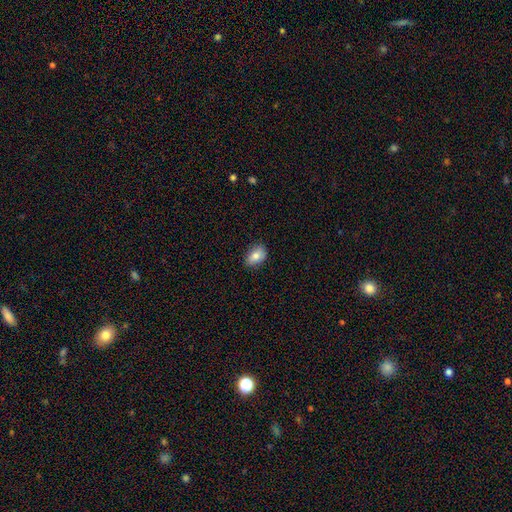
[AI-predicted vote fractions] A smooth galaxy with no disk features (79%) that is in between round and cigar-shaped (81%).

Vote fractions:
- Smooth or featured? smooth: 79% / featured or disk: 12% / star or artifact: 8%
- How rounded? in between: 81% / round: 17% / cigar-shaped: 2%
- Merging? none: 81% / minor disturbance: 16% / major disturbance: 3% / merger: 1%